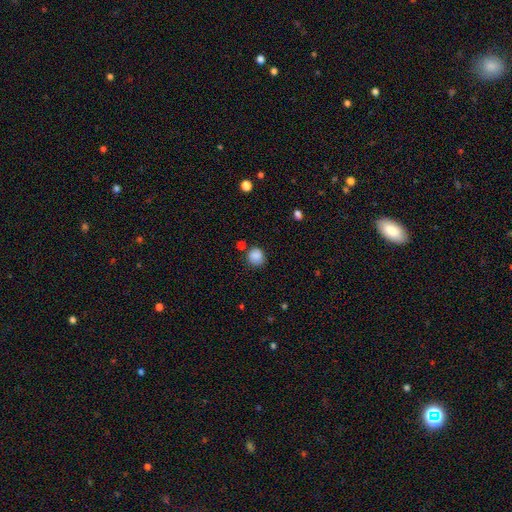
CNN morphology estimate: smooth_or_featured: smooth (p=0.86) [alt: star or artifact p=0.09]
how_rounded: round (p=0.84) [alt: in between p=0.16]
merging: none (p=0.74) [alt: minor disturbance p=0.16]